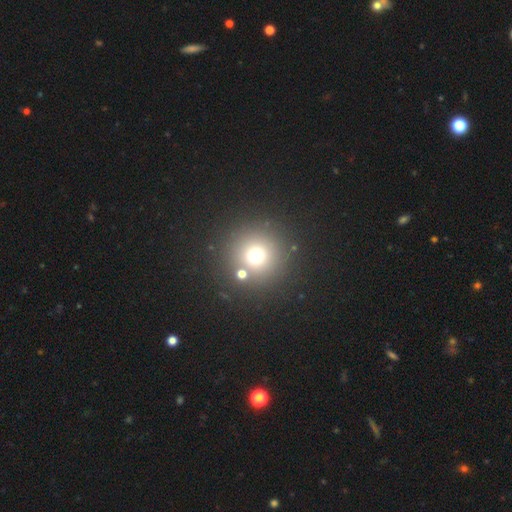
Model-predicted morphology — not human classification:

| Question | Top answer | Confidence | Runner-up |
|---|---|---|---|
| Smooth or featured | smooth | 69% | star or artifact (21%) |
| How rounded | round | 95% | in between (4%) |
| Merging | none | 81% | merger (8%) |